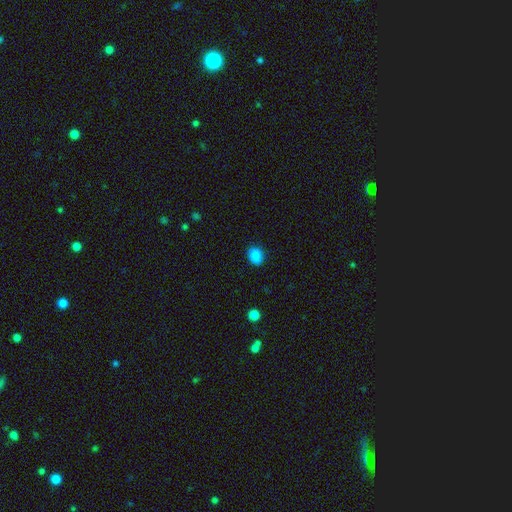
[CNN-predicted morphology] A smooth galaxy with no disk features (88%) that is in between round and cigar-shaped (51%).

Vote fractions:
- Smooth or featured? smooth: 88% / star or artifact: 9% / featured or disk: 3%
- How rounded? in between: 51% / round: 48% / cigar-shaped: 1%
- Merging? none: 88% / minor disturbance: 8% / major disturbance: 2% / merger: 1%